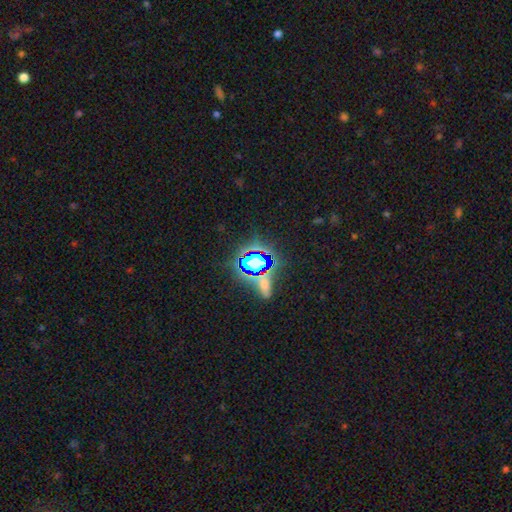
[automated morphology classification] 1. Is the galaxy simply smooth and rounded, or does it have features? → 80% star or artifact, 12% smooth, 8% featured or disk.